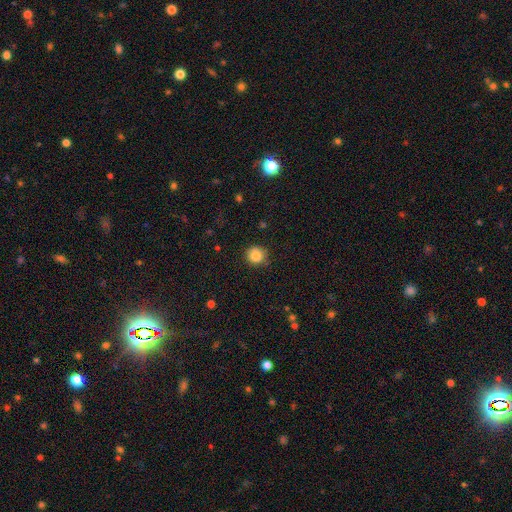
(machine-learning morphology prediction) Overall: smooth (85%). How rounded: round (92%). Merging: none (83%).